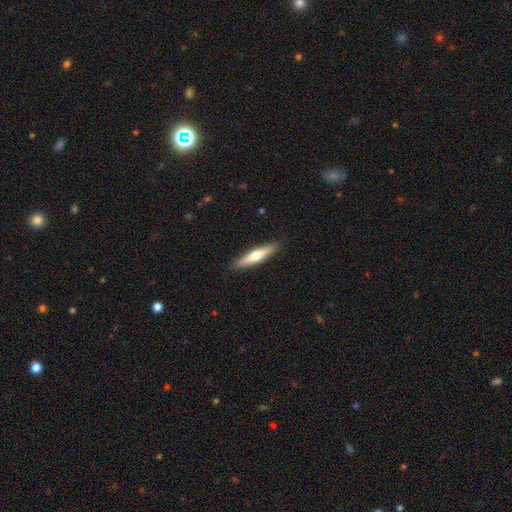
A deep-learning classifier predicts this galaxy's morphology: A smooth galaxy with no disk features (57%) that is cigar-shaped (82%). Merging: none (90%).